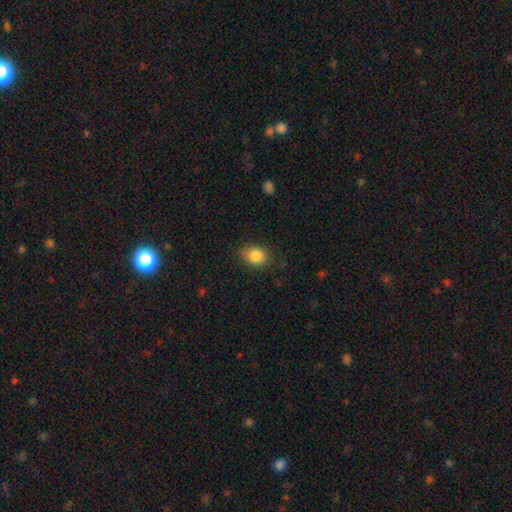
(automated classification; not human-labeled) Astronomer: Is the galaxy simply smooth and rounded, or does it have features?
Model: smooth — 85%.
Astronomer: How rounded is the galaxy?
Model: in between — 54% (runner-up: round, 45%).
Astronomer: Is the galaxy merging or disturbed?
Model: none — 77%.